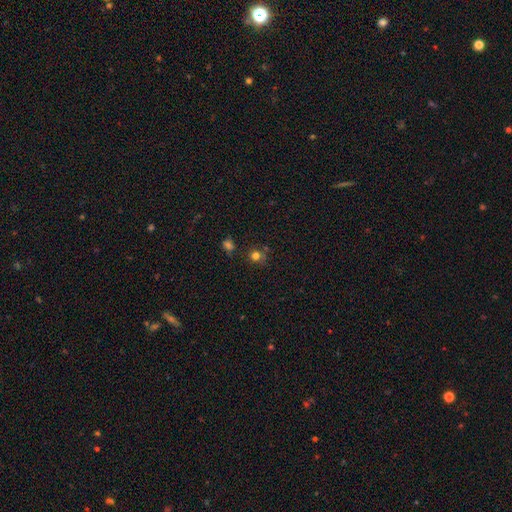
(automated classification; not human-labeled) Overall: smooth (73%). How rounded: round (85%). Merging: none (68%).